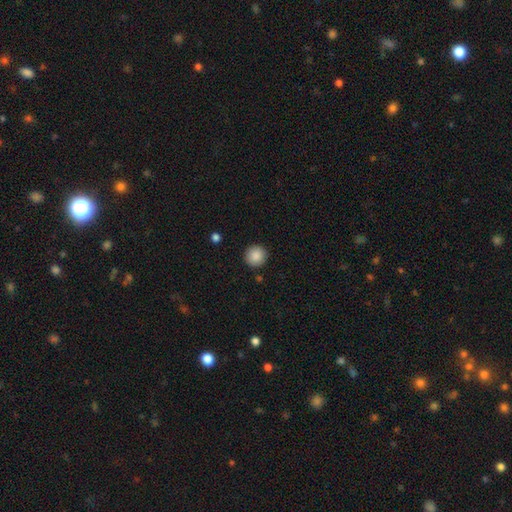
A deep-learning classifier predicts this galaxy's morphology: A smooth galaxy with no disk features (88%) that is round (94%). Merging: none (91%).